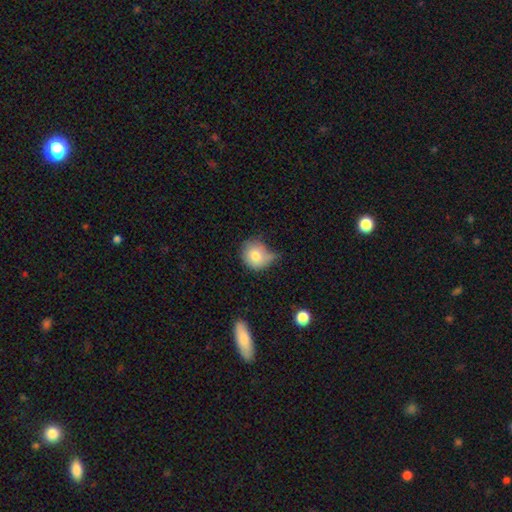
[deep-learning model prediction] A smooth galaxy with no disk features (78%) that is round (80%).

Vote fractions:
- Smooth or featured? smooth: 78% / featured or disk: 13% / star or artifact: 9%
- How rounded? round: 80% / in between: 19% / cigar-shaped: 1%
- Merging? minor disturbance: 41% / none: 37% / major disturbance: 15% / merger: 8%